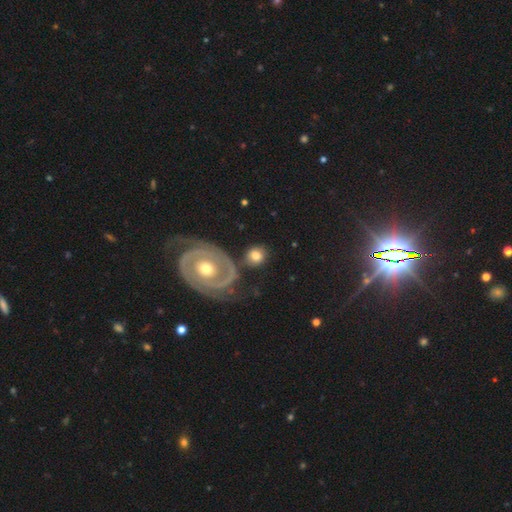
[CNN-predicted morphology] This is likely a smooth galaxy (67%). How rounded: likely round (79%). Merging: likely none (72%).